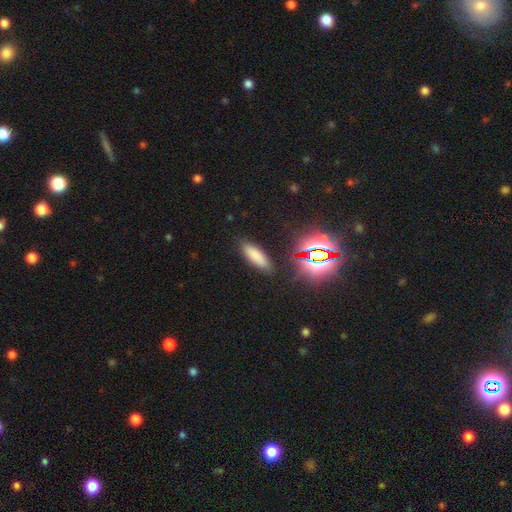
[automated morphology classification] A smooth galaxy with no disk features (75%) that is in between round and cigar-shaped (54%). Merging: none (86%).